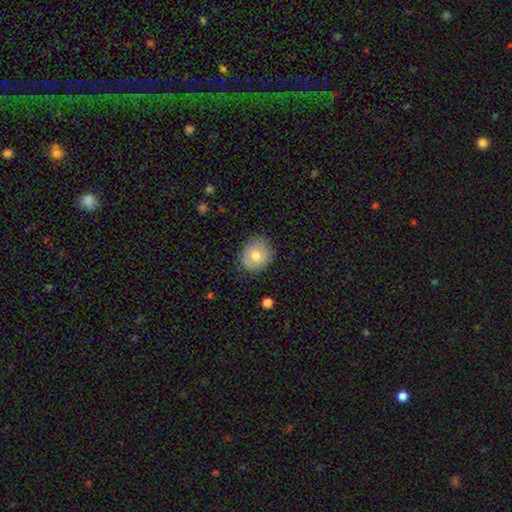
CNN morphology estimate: This is likely a smooth galaxy (69%). How rounded: likely round (74%). Merging: clearly none (81%).